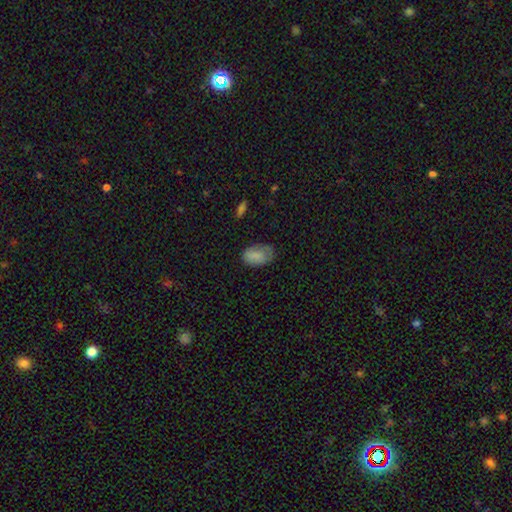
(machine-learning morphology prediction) smooth_or_featured: smooth (p=0.83) [alt: featured or disk p=0.10]
how_rounded: in between (p=0.91) [alt: round p=0.08]
merging: none (p=0.61) [alt: minor disturbance p=0.29]